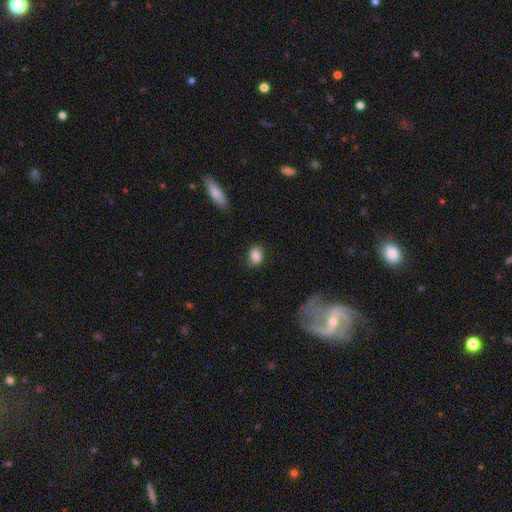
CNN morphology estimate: Overall: smooth (87%). How rounded: in between (72%). Merging: none (80%).